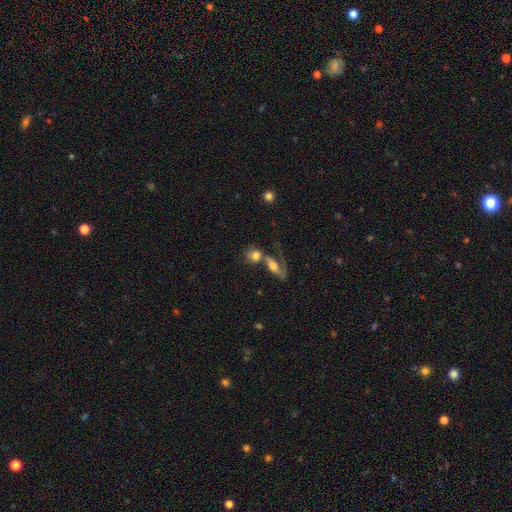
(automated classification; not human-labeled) This is likely a smooth galaxy (72%). How rounded: likely round (61%). Merging: possibly merger (50%).